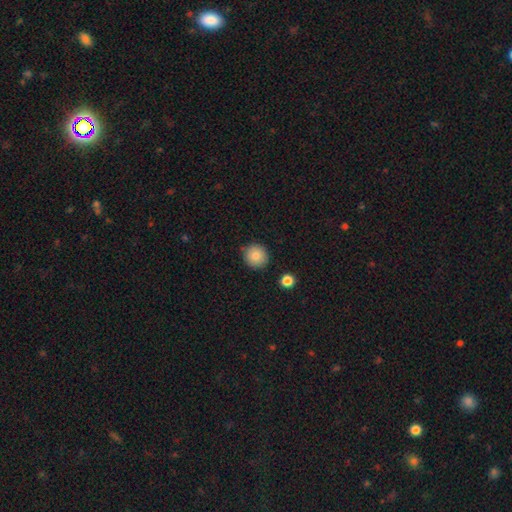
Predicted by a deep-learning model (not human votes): Q: Smooth or featured?
A: smooth (85%); runner-up: star or artifact (9%)
Q: How rounded?
A: round (92%); runner-up: in between (7%)
Q: Merging?
A: none (87%); runner-up: minor disturbance (9%)